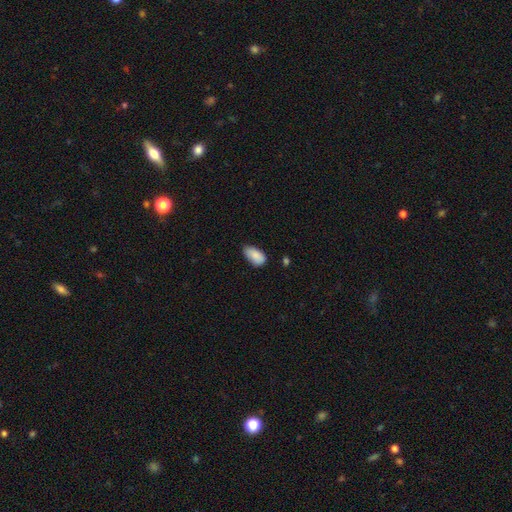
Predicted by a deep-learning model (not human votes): Smooth or featured: smooth — 88% (star or artifact — 7%)
How rounded: in between — 94% (round — 3%)
Merging: none — 64% (minor disturbance — 30%)